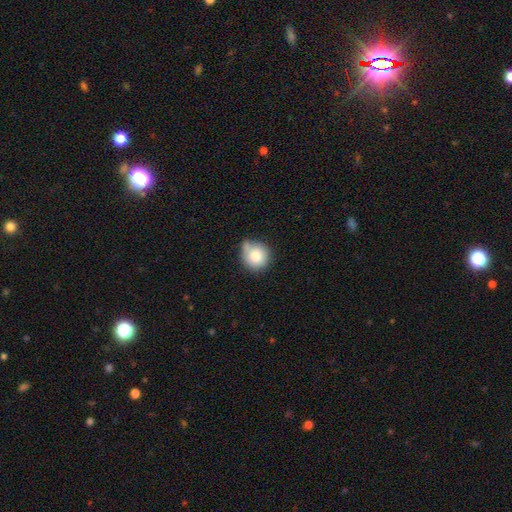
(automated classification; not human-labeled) A smooth galaxy with no disk features (83%) that is round (88%).

Vote fractions:
- Smooth or featured? smooth: 83% / featured or disk: 9% / star or artifact: 8%
- How rounded? round: 88% / in between: 11% / cigar-shaped: 1%
- Merging? none: 50% / minor disturbance: 27% / merger: 15% / major disturbance: 7%